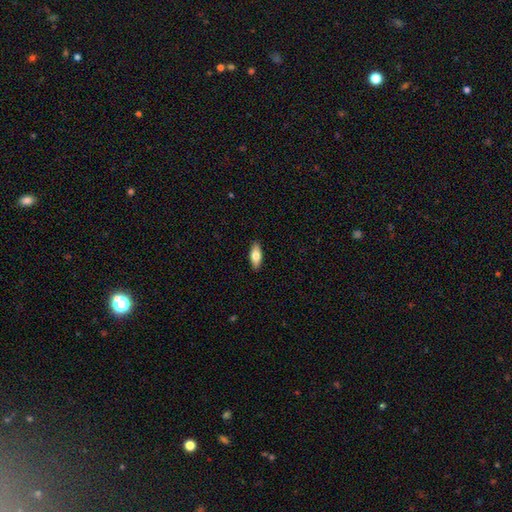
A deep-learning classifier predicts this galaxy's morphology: Smooth or featured? smooth (77%)
How rounded? in between (79%)
Merging? none (90%)